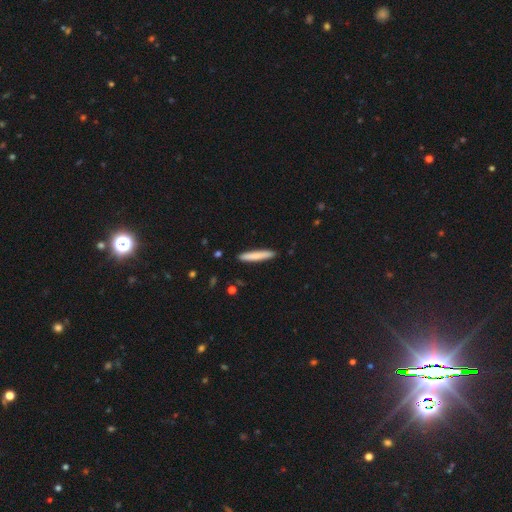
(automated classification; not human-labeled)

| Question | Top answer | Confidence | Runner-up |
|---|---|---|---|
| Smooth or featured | smooth | 80% | featured or disk (15%) |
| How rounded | cigar-shaped | 94% | in between (5%) |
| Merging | none | 91% | minor disturbance (7%) |